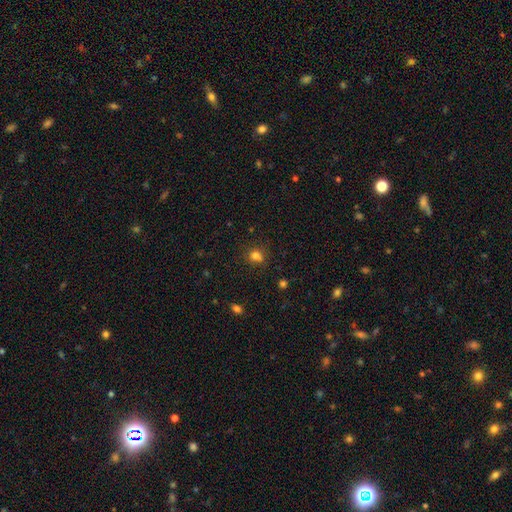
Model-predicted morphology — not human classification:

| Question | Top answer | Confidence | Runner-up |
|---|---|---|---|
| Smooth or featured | smooth | 78% | star or artifact (15%) |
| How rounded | round | 66% | in between (33%) |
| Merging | none | 71% | minor disturbance (17%) |